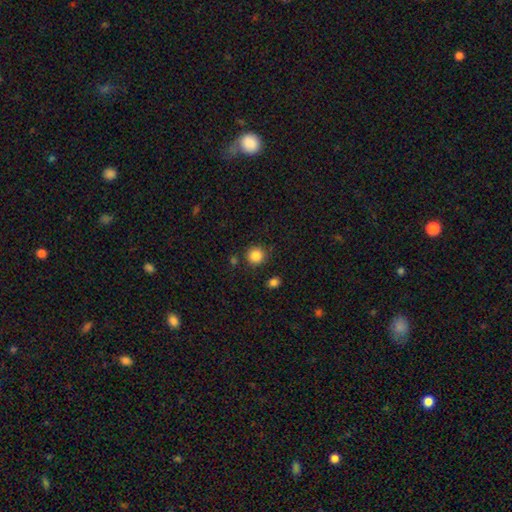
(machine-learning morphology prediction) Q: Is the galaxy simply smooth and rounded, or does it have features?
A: smooth — 85%.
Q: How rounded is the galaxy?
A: round — 93%.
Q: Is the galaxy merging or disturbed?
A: none — 87%.